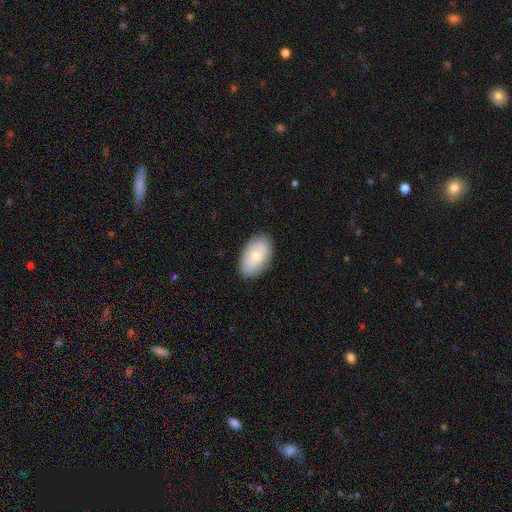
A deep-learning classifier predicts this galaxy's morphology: This appears to be a smooth galaxy with no disk features (70%) that is in between round and cigar-shaped (93%). Merging: none (83%).